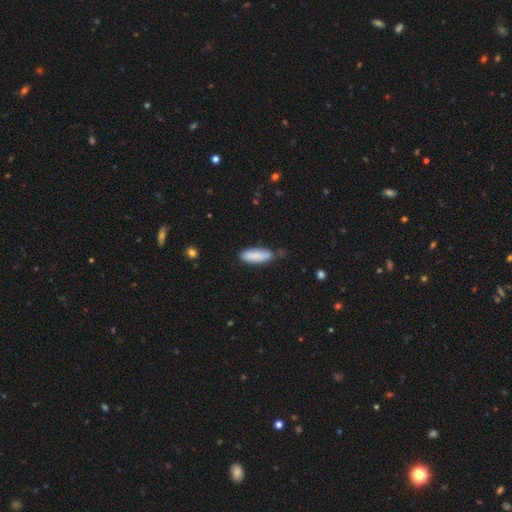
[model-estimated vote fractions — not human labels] This appears to be a smooth galaxy with no disk features (85%) that is in between round and cigar-shaped (63%). Merging: none (57%).